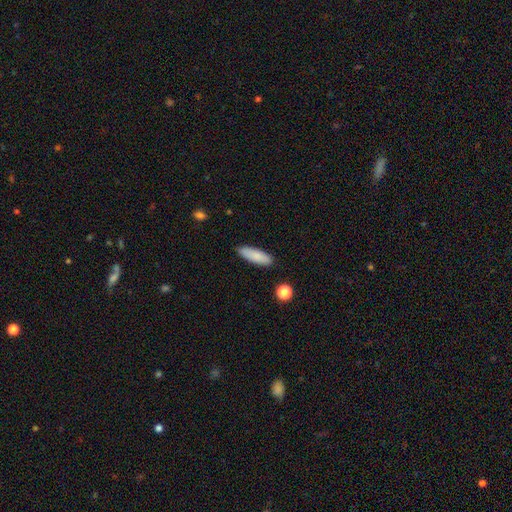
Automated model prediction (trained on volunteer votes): A smooth galaxy with no disk features (86%) that is cigar-shaped (52%).

Vote fractions:
- Smooth or featured? smooth: 86% / featured or disk: 8% / star or artifact: 6%
- How rounded? cigar-shaped: 52% / in between: 46% / round: 2%
- Merging? none: 87% / minor disturbance: 9% / major disturbance: 2% / merger: 2%